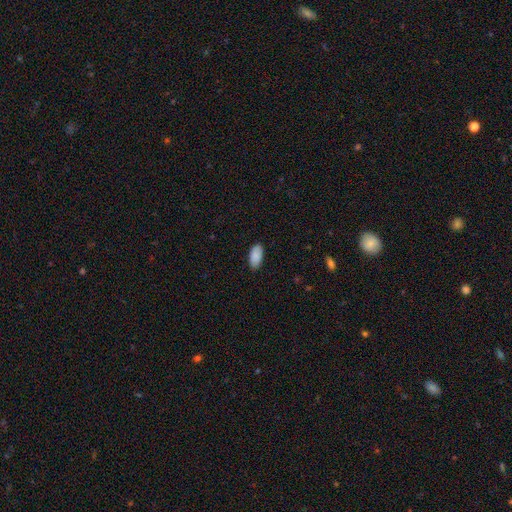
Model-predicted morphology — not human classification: Smooth or featured? smooth (88%)
How rounded? in between (94%)
Merging? none (85%)